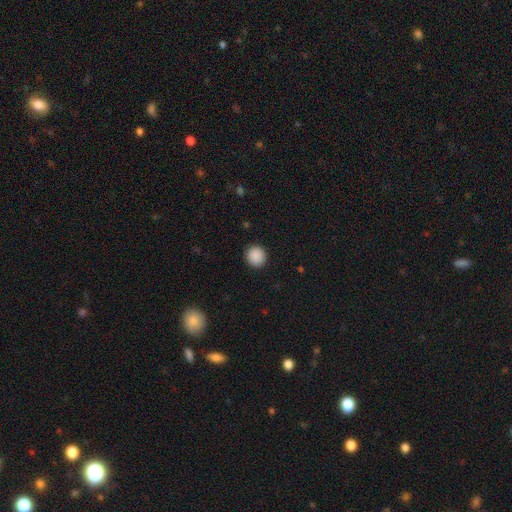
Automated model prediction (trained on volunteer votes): The model was most divided on "smooth or featured": smooth: 89%, star or artifact: 8%, featured or disk: 2%. More confident: how rounded — round (92%); merging — none (92%).